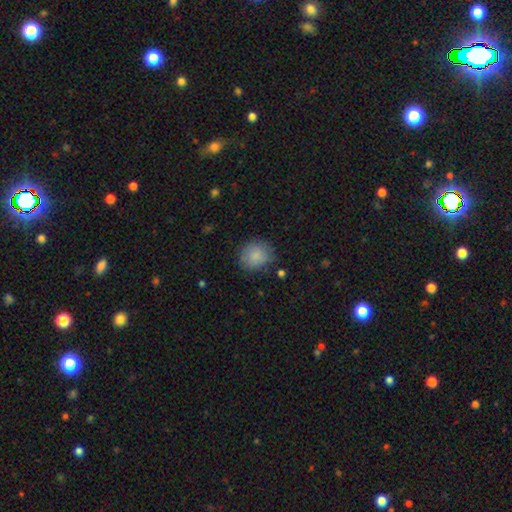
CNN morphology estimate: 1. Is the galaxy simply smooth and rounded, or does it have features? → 85% smooth, 8% star or artifact, 7% featured or disk.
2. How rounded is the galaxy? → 80% round, 19% in between, 1% cigar-shaped.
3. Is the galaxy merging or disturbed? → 75% none, 18% minor disturbance, 5% major disturbance, 2% merger.